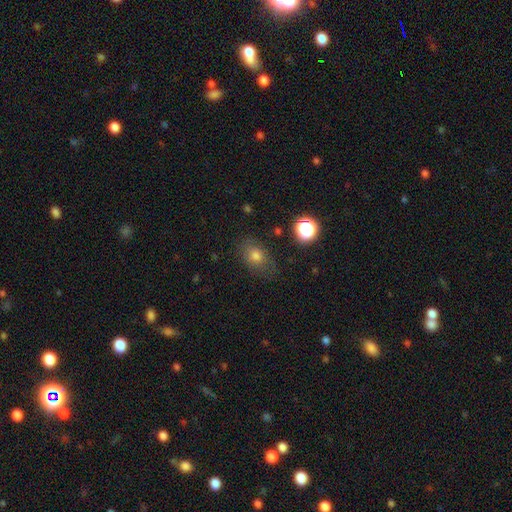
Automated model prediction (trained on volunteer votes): Overall: smooth (74%). How rounded: in between (63%; round 36%). Merging: none (73%).